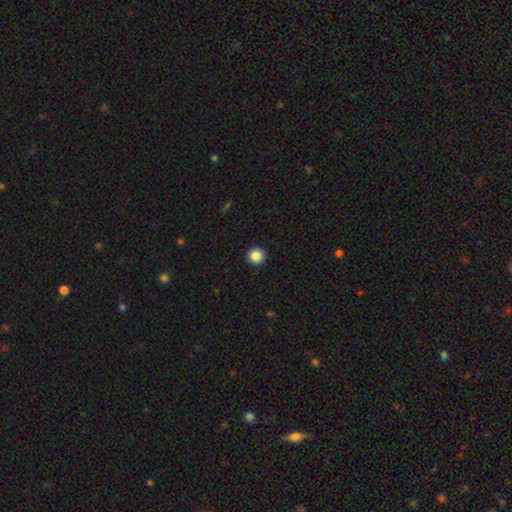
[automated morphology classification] Smooth or featured?
  - smooth: 87% *
  - star or artifact: 10%
  - featured or disk: 3%
How rounded?
  - round: 96% *
  - in between: 3%
  - cigar-shaped: 1%
Merging?
  - none: 93% *
  - minor disturbance: 4%
  - major disturbance: 1%
  - merger: 1%